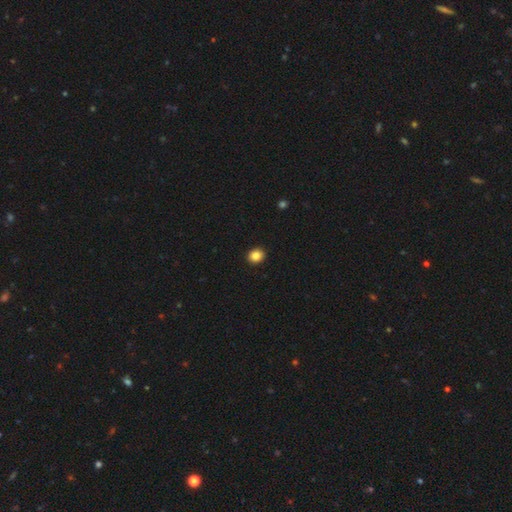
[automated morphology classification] Smooth or featured? Predicted: smooth (p=0.86). How rounded? Predicted: round (p=0.73). Merging? Predicted: none (p=0.92).